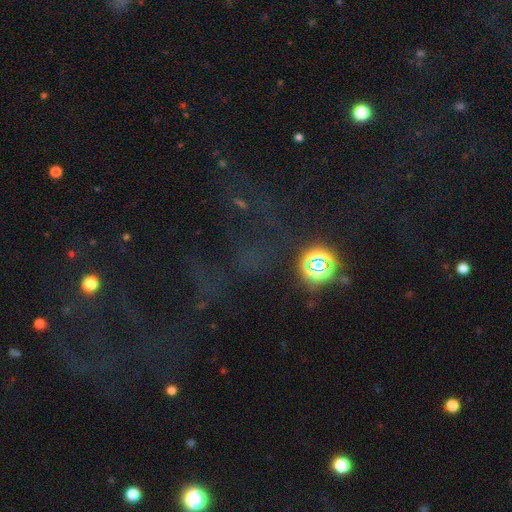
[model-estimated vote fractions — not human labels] The model was most divided on "smooth or featured": star or artifact: 64%, smooth: 24%, featured or disk: 13%.